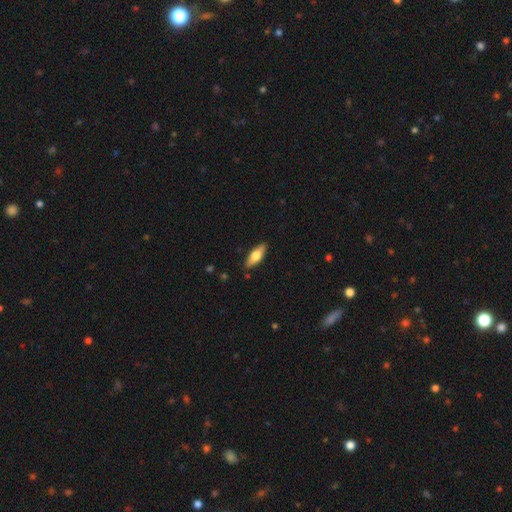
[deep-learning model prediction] Q: Smooth or featured?
A: smooth (58%); runner-up: featured or disk (36%)
Q: How rounded?
A: in between (61%); runner-up: cigar-shaped (37%)
Q: Merging?
A: none (87%); runner-up: minor disturbance (10%)